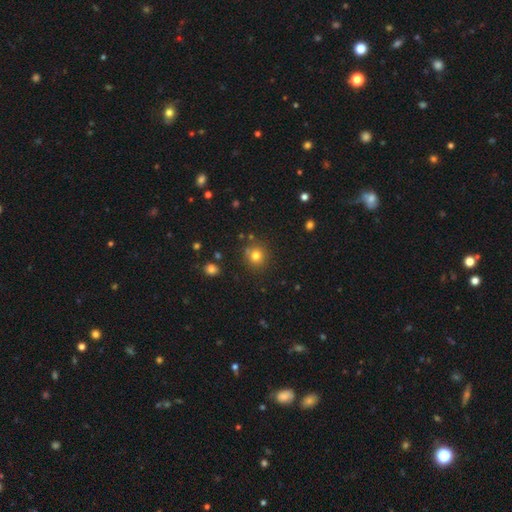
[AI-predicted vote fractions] smooth_or_featured: smooth (p=0.77) [alt: star or artifact p=0.15]
how_rounded: round (p=0.90) [alt: in between p=0.09]
merging: none (p=0.82) [alt: minor disturbance p=0.09]